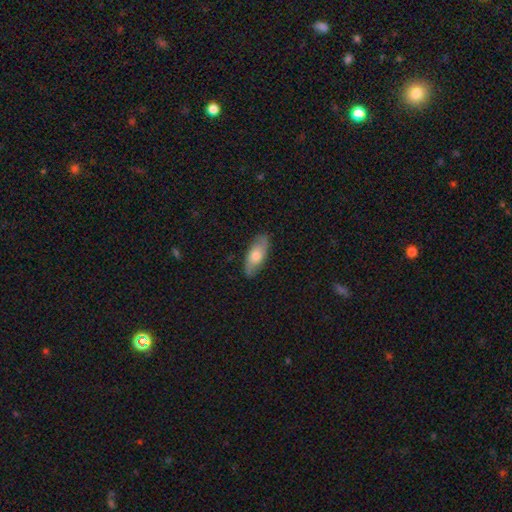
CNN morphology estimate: Smooth or featured? smooth (60%)
How rounded? in between (75%)
Merging? none (85%)